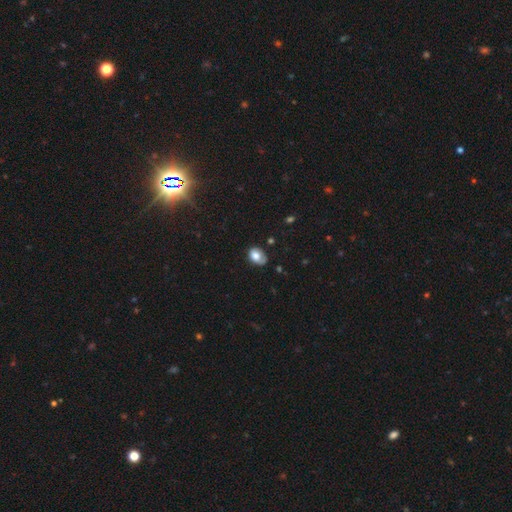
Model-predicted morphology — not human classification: type=smooth (75%); roundness=in between (77%); merging=none (54%).